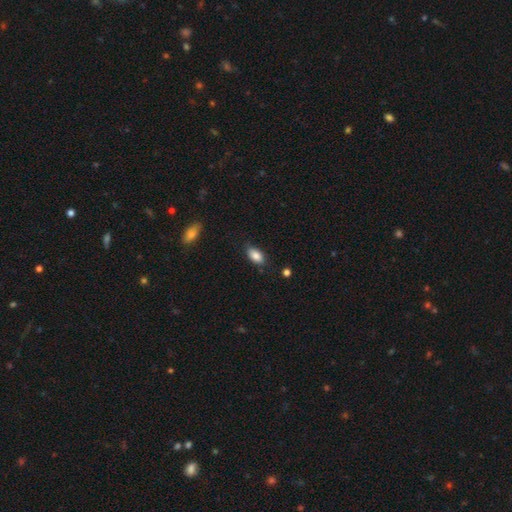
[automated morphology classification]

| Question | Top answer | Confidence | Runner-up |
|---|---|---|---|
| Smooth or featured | smooth | 85% | star or artifact (7%) |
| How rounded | in between | 91% | round (5%) |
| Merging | none | 79% | minor disturbance (17%) |